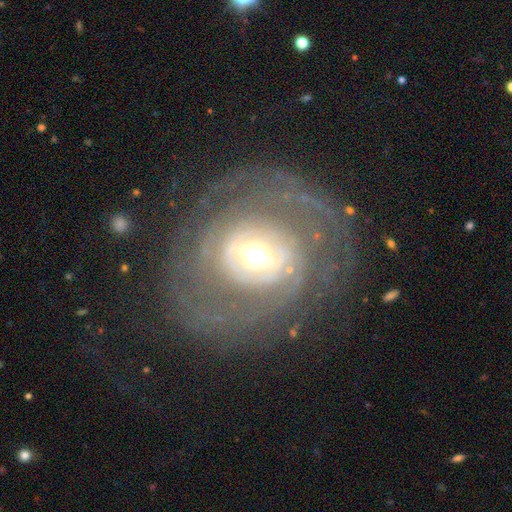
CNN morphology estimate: featured or disk 80%, smooth 13%, star or artifact 7%. Down the decision tree: edge-on disk — no (96%); bar — weak (41%); spiral arms — yes (77%); spiral arm count — can't tell (41%); spiral winding — tight (63%); bulge size — moderate (58%); merging — none (76%).